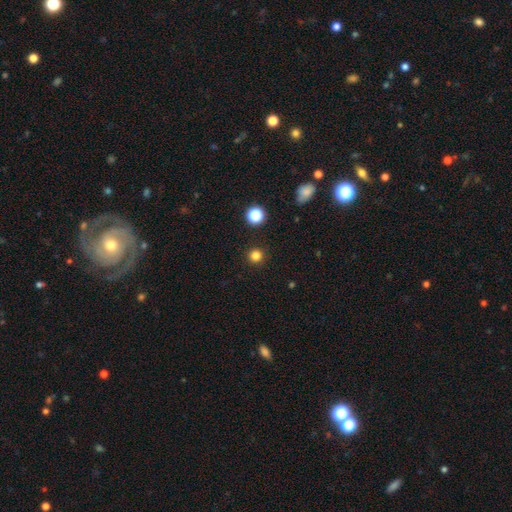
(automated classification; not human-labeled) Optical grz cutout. It shows a smooth galaxy with no disk features (82%) that is round (95%). Merging: none (92%).